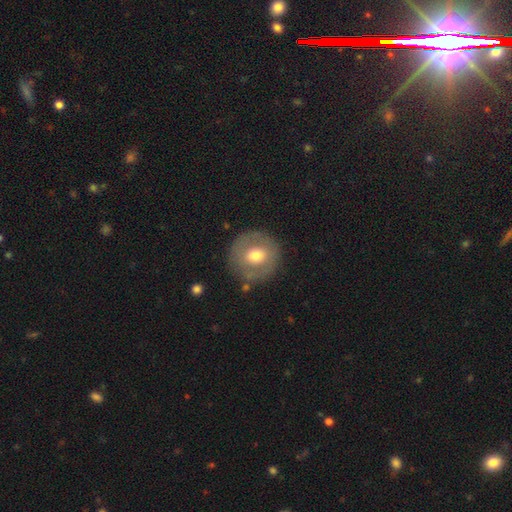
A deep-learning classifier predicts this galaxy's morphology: smooth-or-featured: smooth: 57% | featured or disk: 35% | star or artifact: 7%
  how-rounded: round: 90% | in between: 9% | cigar-shaped: 1%
  merging: none: 82% | minor disturbance: 11% | major disturbance: 4% | merger: 2%